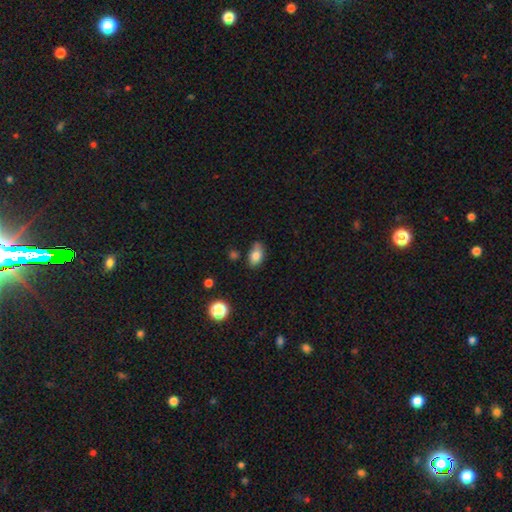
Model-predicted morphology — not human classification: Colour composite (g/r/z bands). It shows a smooth galaxy with no disk features (81%) that is in between round and cigar-shaped (86%). Merging: none (62%).